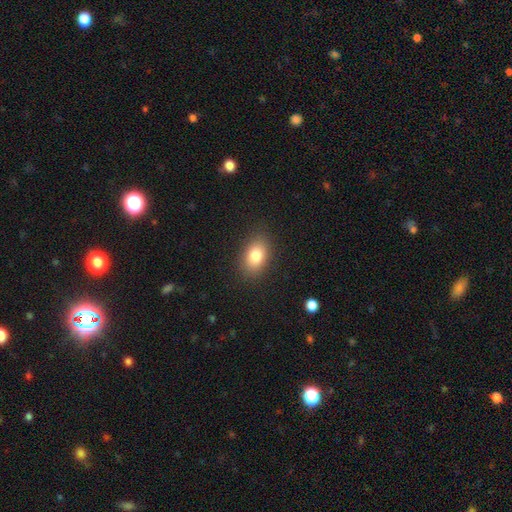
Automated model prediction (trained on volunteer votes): Overall: smooth (82%). How rounded: in between (83%). Merging: none (86%).